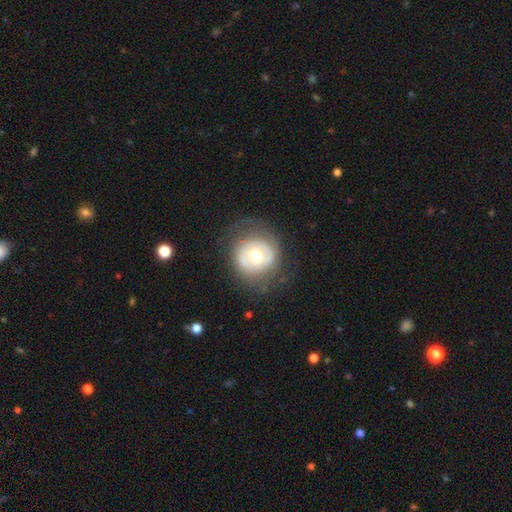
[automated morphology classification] Smooth or featured? Predicted: featured or disk (p=0.48). Merging? Predicted: none (p=0.73).